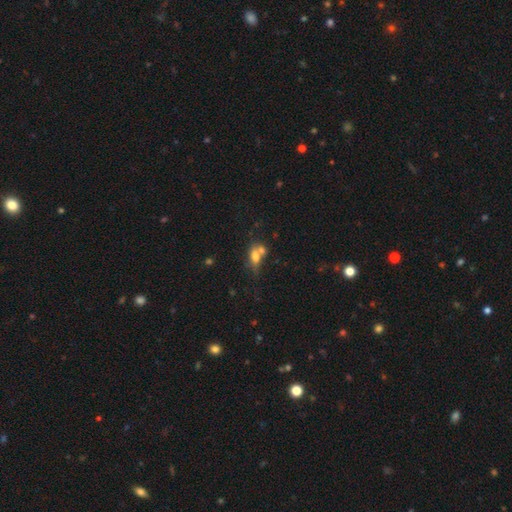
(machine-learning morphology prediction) Smooth or featured? Predicted: smooth (p=0.70). How rounded? Predicted: in between (p=0.74). Merging? Predicted: merger (p=0.52).